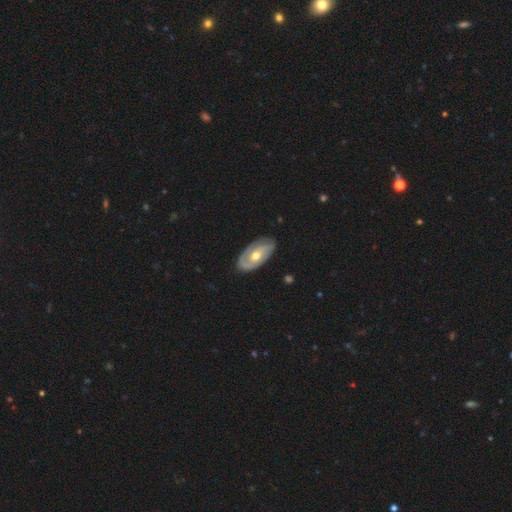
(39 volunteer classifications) smooth-or-featured: featured or disk: 74% | smooth: 26% | star or artifact: 0%
  disk-edge-on: no: 97% | yes: 3%
    bar: no: 68% | weak: 25% | strong: 7%
    has-spiral-arms: yes: 93% | no: 7%
      spiral-winding: tight: 38% | medium: 35% | loose: 27%
      spiral-arm-count: 2: 50% | 1: 35% | can't tell: 12% | more than 4: 4% | 3: 0% | 4: 0%
    bulge-size: moderate: 75% | small: 18% | large: 4% | none: 4% | dominant: 0%
  merging: none: 79% | minor disturbance: 15% | major disturbance: 5% | merger: 0%